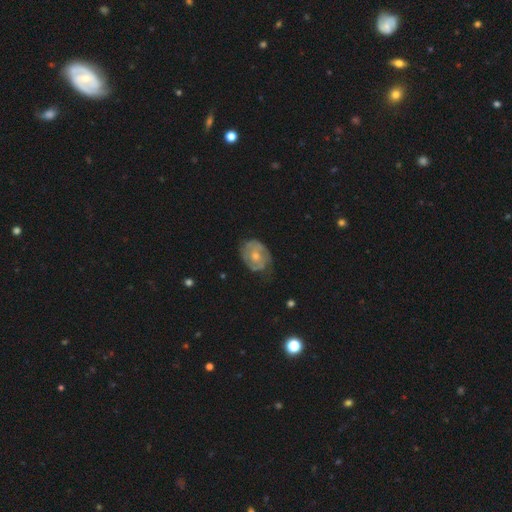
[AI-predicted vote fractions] Smooth or featured? Predicted: featured or disk (p=0.63). Edge-on disk? Predicted: no (p=0.96). Bar? Predicted: no (p=0.74). Spiral arms? Predicted: yes (p=0.69). Bulge size? Predicted: moderate (p=0.62). Merging? Predicted: none (p=0.63).